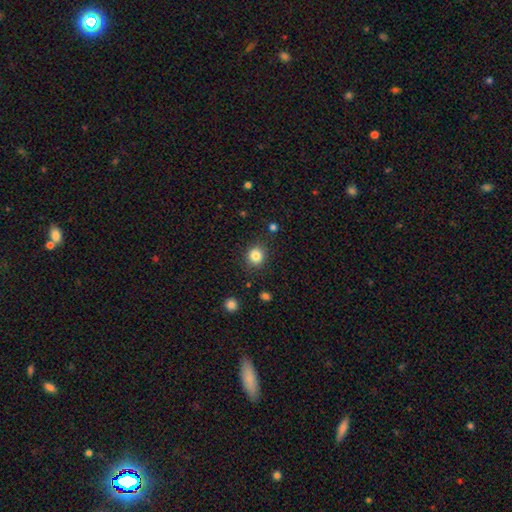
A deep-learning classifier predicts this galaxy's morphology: Smooth or featured? Predicted: smooth (p=0.84). How rounded? Predicted: round (p=0.84). Merging? Predicted: none (p=0.88).